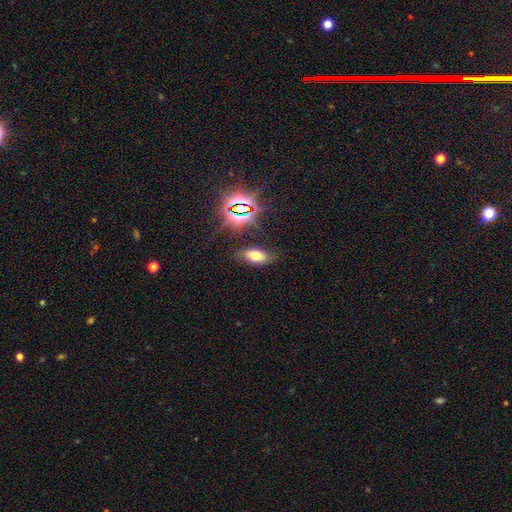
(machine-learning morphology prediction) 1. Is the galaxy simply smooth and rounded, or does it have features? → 59% smooth, 24% star or artifact, 17% featured or disk.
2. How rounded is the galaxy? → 89% in between, 6% cigar-shaped, 5% round.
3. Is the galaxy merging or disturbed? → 75% none, 16% minor disturbance, 6% major disturbance, 2% merger.